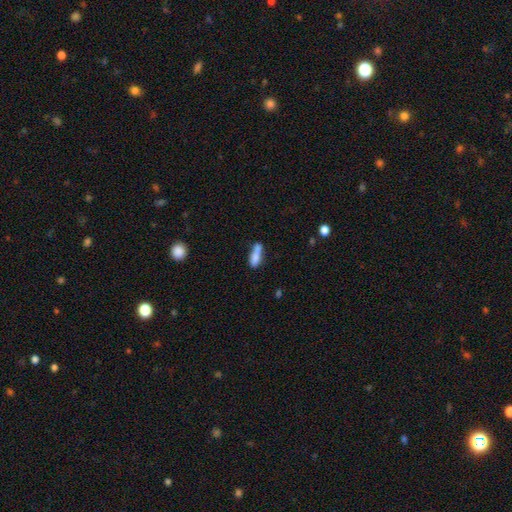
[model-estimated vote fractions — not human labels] Morphology: type=smooth (78%); roundness=in between (53%); merging=none (41%).